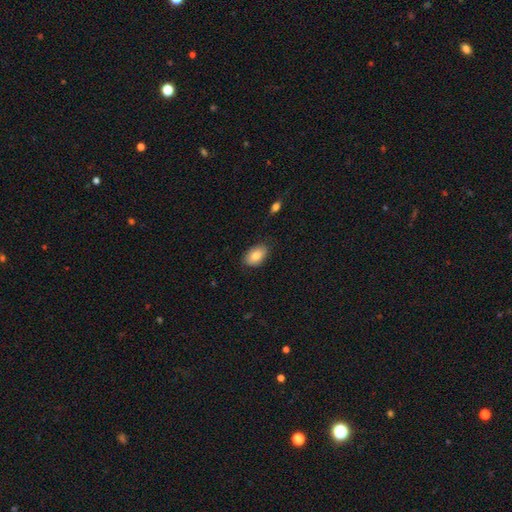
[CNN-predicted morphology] A smooth galaxy with no disk features (83%) that is in between round and cigar-shaped (90%).

Vote fractions:
- Smooth or featured? smooth: 83% / featured or disk: 10% / star or artifact: 7%
- How rounded? in between: 90% / round: 8% / cigar-shaped: 1%
- Merging? none: 82% / minor disturbance: 14% / major disturbance: 3% / merger: 1%